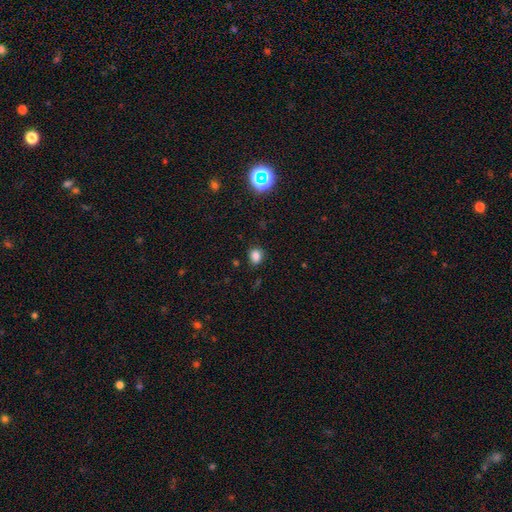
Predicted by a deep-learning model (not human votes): Smooth or featured: smooth — 82% (star or artifact — 14%)
How rounded: round — 53% (in between — 46%)
Merging: none — 81% (minor disturbance — 14%)